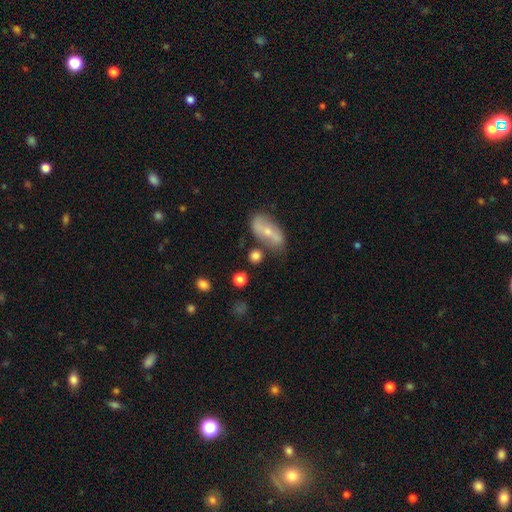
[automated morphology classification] The model was most divided on "how rounded": round: 58%, in between: 37%, cigar-shaped: 5%. More confident: smooth or featured — smooth (73%); merging — none (66%).